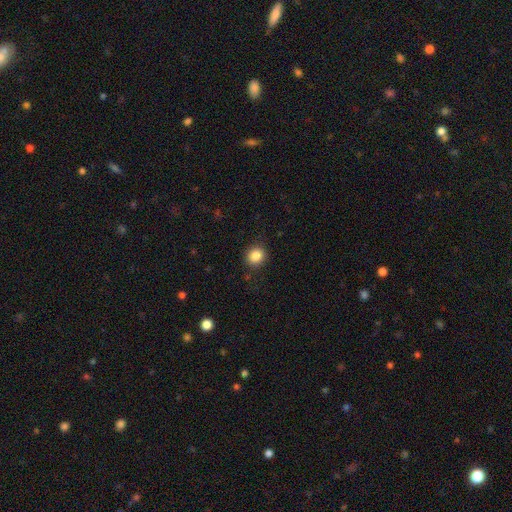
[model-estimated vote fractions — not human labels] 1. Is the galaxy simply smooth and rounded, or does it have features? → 85% smooth, 10% star or artifact, 5% featured or disk.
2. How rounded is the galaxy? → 80% round, 19% in between, 1% cigar-shaped.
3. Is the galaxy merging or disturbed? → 88% none, 9% minor disturbance, 3% major disturbance, 1% merger.